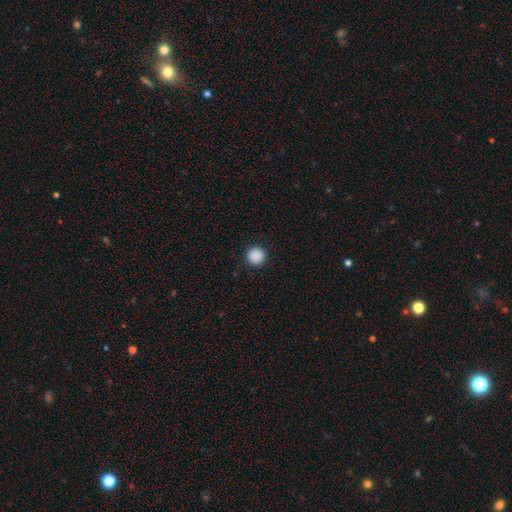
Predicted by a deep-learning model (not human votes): Morphology: type=smooth (89%); roundness=round (96%); merging=none (92%).